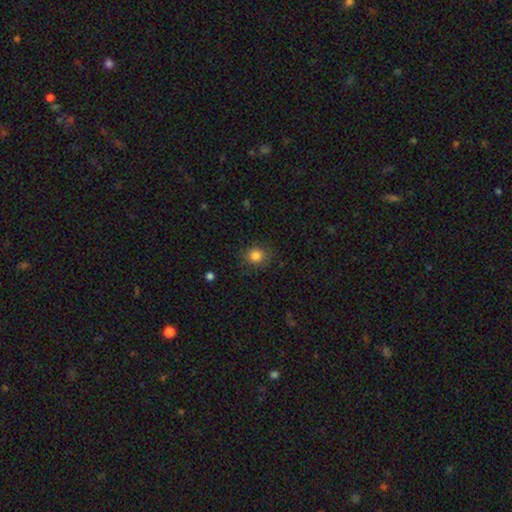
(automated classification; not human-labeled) smooth 84%, star or artifact 11%, featured or disk 5%. Down the decision tree: how rounded — round (82%); merging — none (83%).